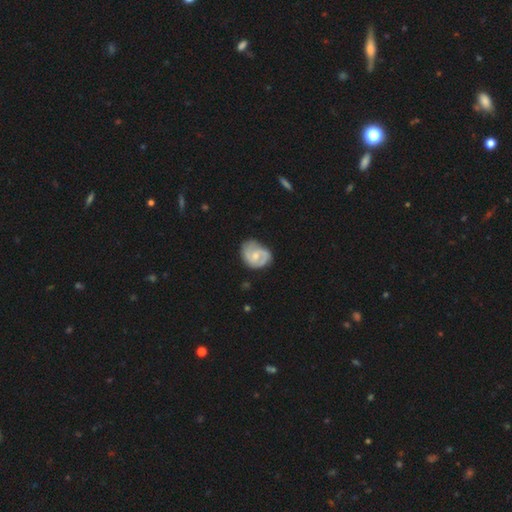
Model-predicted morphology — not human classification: Overall: featured or disk (73%). Edge-on disk: no (98%). Bar: no (50%; weak 43%). Spiral arms: yes (91%). Spiral arm count: 2 (75%). Spiral winding: medium (44%; tight 40%). Bulge size: moderate (49%; small 45%). Merging: none (62%; minor disturbance 27%).